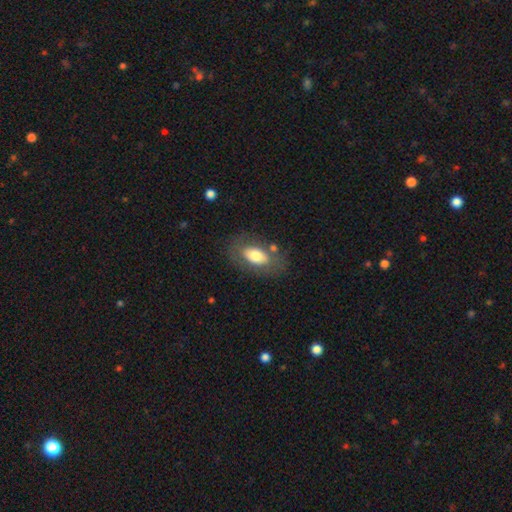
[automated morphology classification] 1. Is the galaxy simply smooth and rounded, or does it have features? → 67% smooth, 26% featured or disk, 7% star or artifact.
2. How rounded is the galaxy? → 91% in between, 6% round, 4% cigar-shaped.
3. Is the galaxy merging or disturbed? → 75% none, 15% minor disturbance, 7% major disturbance, 4% merger.